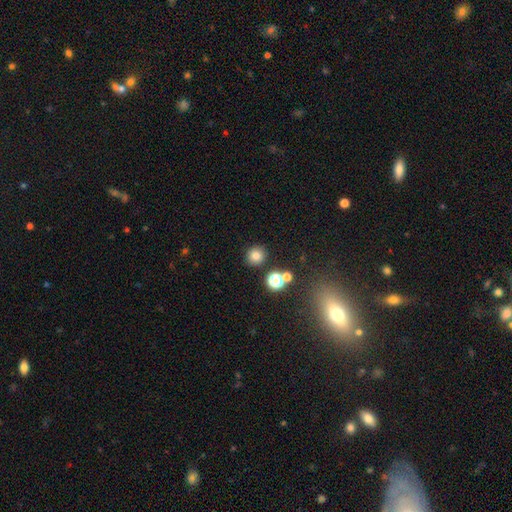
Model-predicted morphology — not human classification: The model was most divided on "smooth or featured": smooth: 79%, star or artifact: 15%, featured or disk: 6%. More confident: how rounded — round (89%); merging — none (85%).